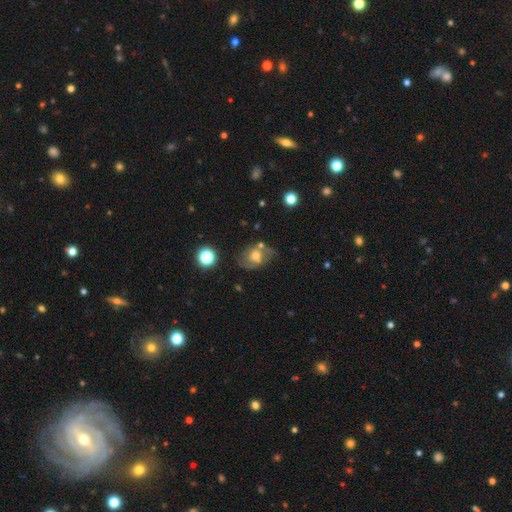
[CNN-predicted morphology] type=featured or disk (44%, tied with smooth); merging=none (48%).